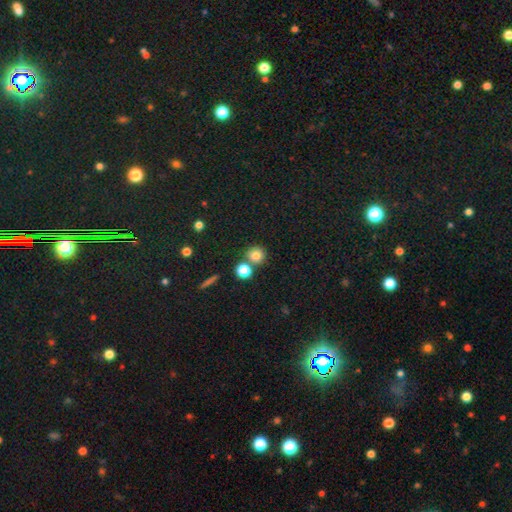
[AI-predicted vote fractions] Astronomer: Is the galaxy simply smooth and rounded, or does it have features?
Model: smooth — 81%.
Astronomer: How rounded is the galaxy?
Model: round — 91%.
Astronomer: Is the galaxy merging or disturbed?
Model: none — 69%.